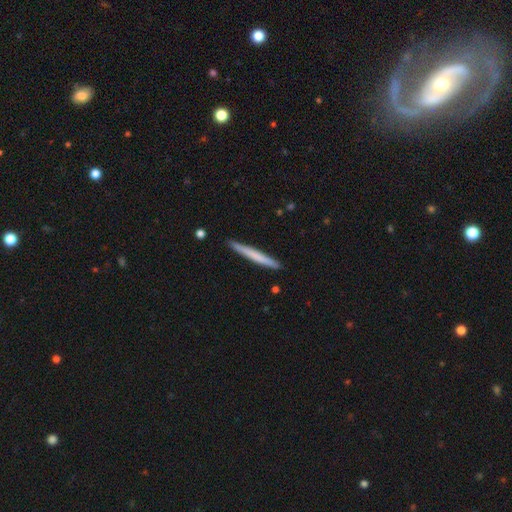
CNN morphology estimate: Overall: smooth (63%; featured or disk 32%). How rounded: cigar-shaped (97%). Merging: none (89%).